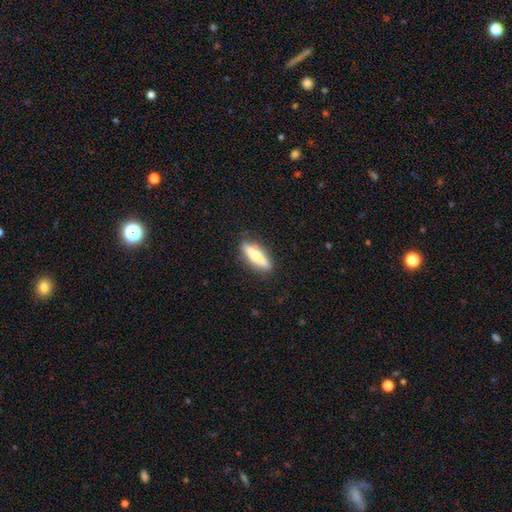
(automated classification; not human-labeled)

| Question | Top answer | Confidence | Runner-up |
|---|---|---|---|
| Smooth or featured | smooth | 52% | featured or disk (42%) |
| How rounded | cigar-shaped | 78% | in between (20%) |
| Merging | none | 89% | minor disturbance (8%) |